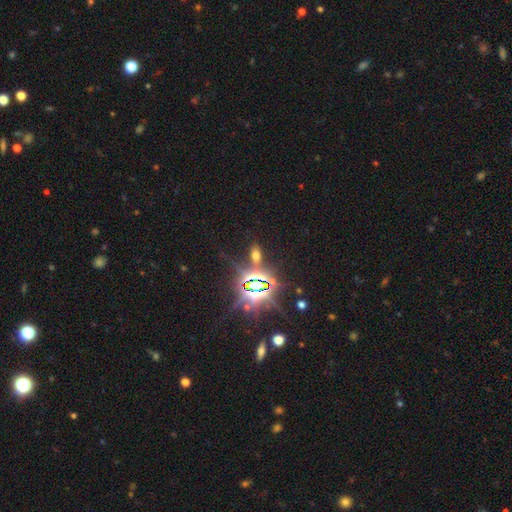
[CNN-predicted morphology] smooth_or_featured: star or artifact (p=0.52) [alt: smooth p=0.38]